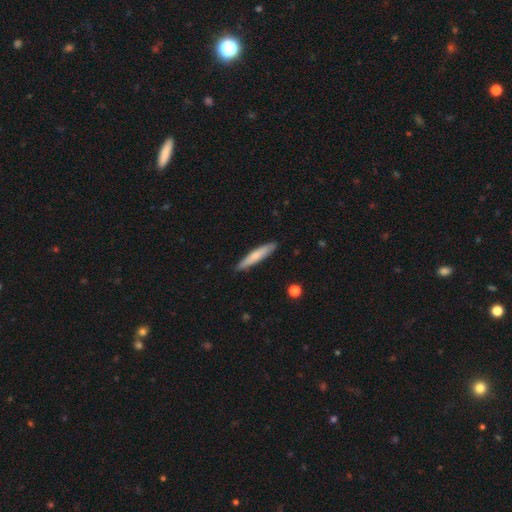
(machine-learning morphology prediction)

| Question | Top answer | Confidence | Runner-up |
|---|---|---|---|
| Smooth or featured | smooth | 69% | featured or disk (26%) |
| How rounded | cigar-shaped | 91% | in between (8%) |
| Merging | none | 87% | minor disturbance (10%) |